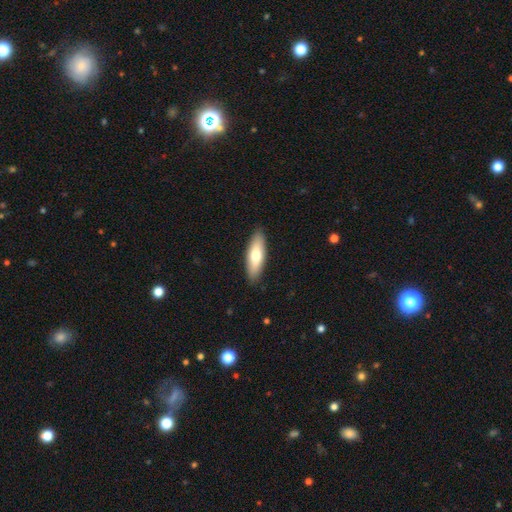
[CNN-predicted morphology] Q: Smooth or featured?
A: smooth (72%); runner-up: featured or disk (23%)
Q: How rounded?
A: in between (54%); runner-up: cigar-shaped (44%)
Q: Merging?
A: none (89%); runner-up: minor disturbance (8%)